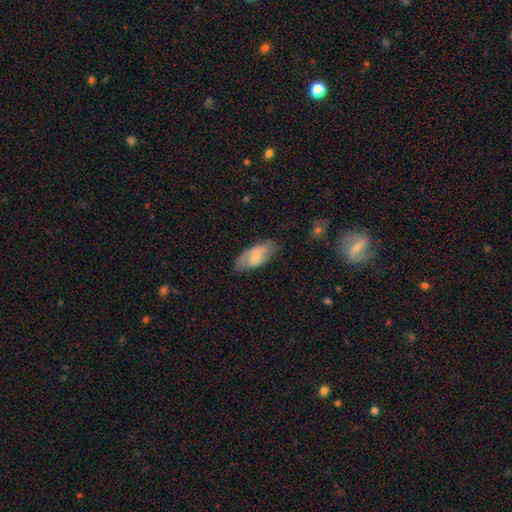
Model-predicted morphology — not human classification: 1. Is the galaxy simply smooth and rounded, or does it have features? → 62% smooth, 32% featured or disk, 6% star or artifact.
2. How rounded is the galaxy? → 88% in between, 9% cigar-shaped, 3% round.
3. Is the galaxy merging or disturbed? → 70% none, 23% minor disturbance, 6% major disturbance, 2% merger.